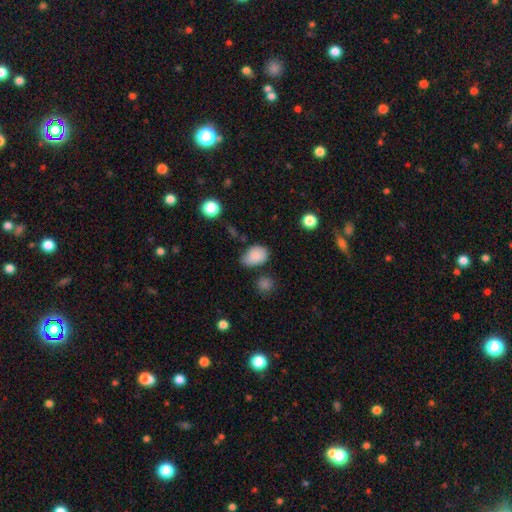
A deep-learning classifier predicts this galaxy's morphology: smooth-or-featured: smooth: 85% | star or artifact: 9% | featured or disk: 6%
  how-rounded: in between: 82% | round: 17% | cigar-shaped: 1%
  merging: none: 58% | minor disturbance: 30% | major disturbance: 6% | merger: 6%